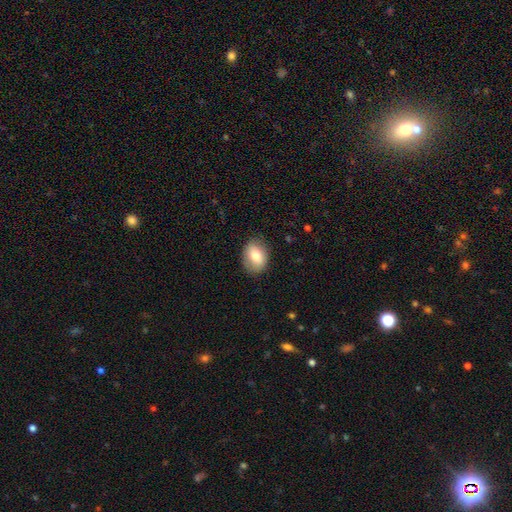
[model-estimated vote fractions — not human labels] smooth_or_featured: smooth (p=0.74) [alt: featured or disk p=0.18]
how_rounded: in between (p=0.69) [alt: round p=0.30]
merging: none (p=0.83) [alt: minor disturbance p=0.13]